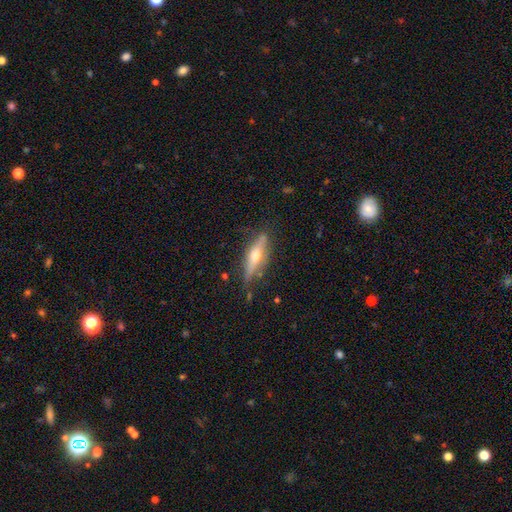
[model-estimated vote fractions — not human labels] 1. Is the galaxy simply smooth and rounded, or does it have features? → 65% featured or disk, 29% smooth, 6% star or artifact.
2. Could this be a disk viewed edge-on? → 91% yes, 9% no.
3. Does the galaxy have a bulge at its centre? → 94% rounded, 3% boxy, 3% none.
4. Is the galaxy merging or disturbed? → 78% none, 16% minor disturbance, 4% major disturbance, 2% merger.